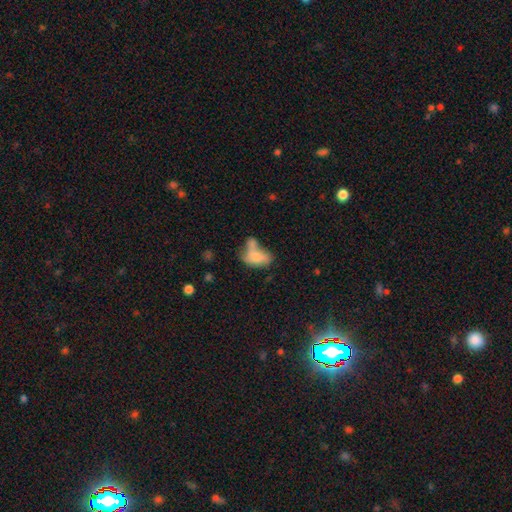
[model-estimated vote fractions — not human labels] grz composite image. It shows a smooth galaxy with no disk features (71%) that is in between round and cigar-shaped (88%). Merging: merger (49%).